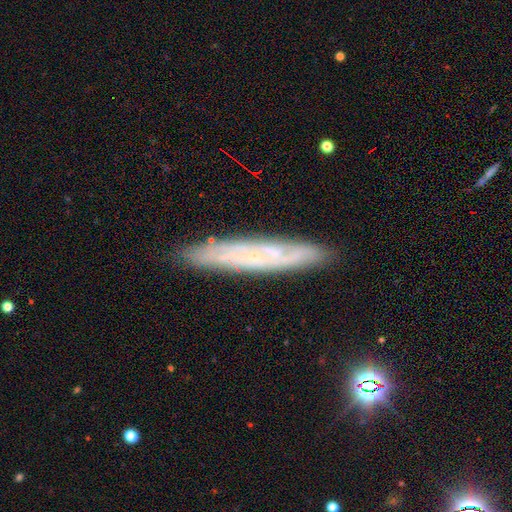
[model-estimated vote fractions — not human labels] Morphology: type=featured or disk (64%); edge-on=yes (57%); merging=none (85%).